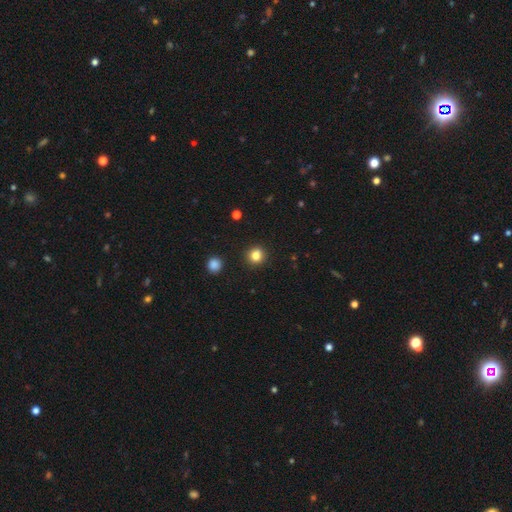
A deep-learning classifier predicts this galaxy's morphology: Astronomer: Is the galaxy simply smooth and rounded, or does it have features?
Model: smooth — 82%.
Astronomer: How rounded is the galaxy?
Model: round — 89%.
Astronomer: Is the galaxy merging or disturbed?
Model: none — 91%.